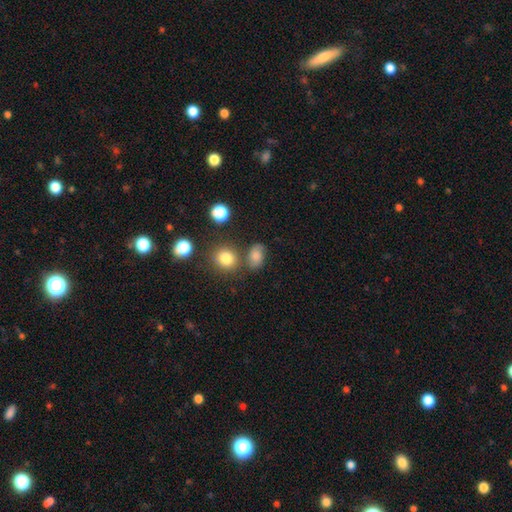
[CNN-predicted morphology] smooth_or_featured: smooth (p=0.77) [alt: star or artifact p=0.14]
how_rounded: in between (p=0.69) [alt: round p=0.29]
merging: none (p=0.67) [alt: minor disturbance p=0.16]